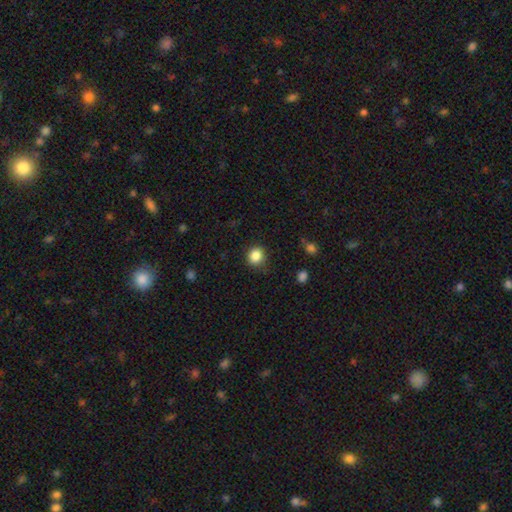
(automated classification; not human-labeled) The model was most divided on "how rounded": round: 81%, in between: 18%, cigar-shaped: 1%. More confident: smooth or featured — smooth (86%); merging — none (84%).